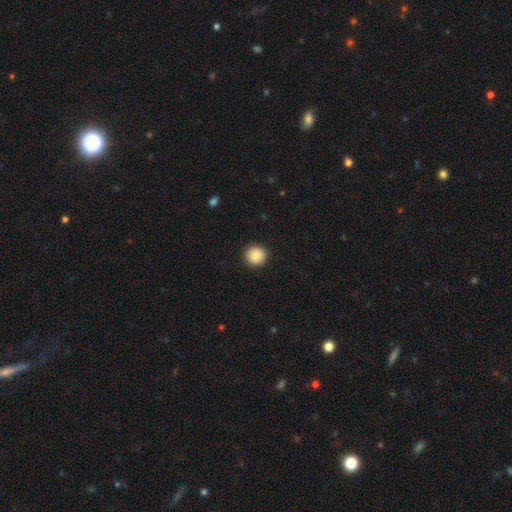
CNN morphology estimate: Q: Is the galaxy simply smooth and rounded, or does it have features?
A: smooth — 87%.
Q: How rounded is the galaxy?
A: round — 96%.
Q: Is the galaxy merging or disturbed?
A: none — 93%.